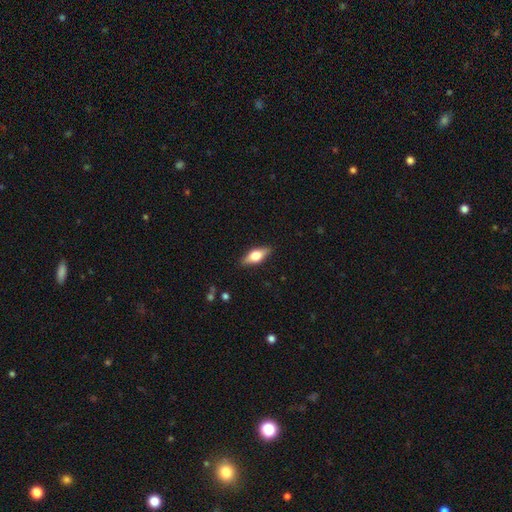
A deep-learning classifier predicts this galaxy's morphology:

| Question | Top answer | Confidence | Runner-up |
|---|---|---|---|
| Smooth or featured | smooth | 57% | featured or disk (37%) |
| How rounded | in between | 75% | cigar-shaped (22%) |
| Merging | none | 86% | minor disturbance (10%) |